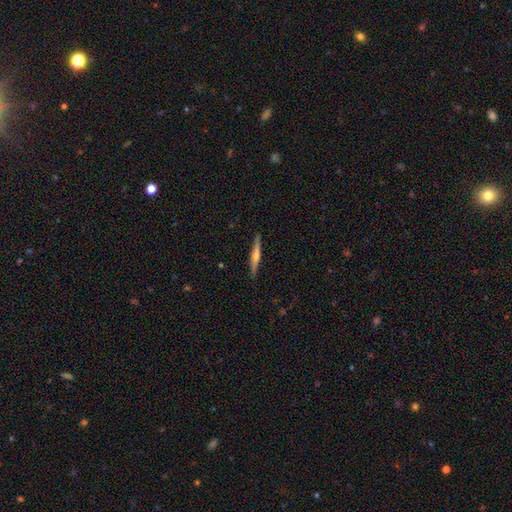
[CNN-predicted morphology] This is likely a featured or disk galaxy (62%). It is clearly viewed edge-on (98%). Edge-on bulge: likely rounded (76%). Merging: clearly none (90%).